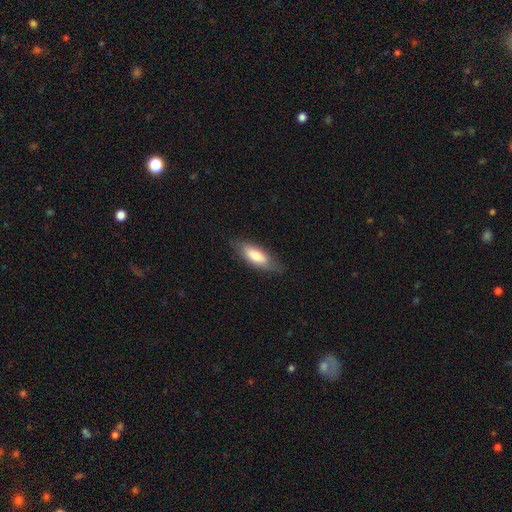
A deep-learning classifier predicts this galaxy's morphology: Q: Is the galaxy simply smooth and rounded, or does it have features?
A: smooth — 71%.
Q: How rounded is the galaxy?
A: in between — 69%.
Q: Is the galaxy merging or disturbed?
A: none — 76%.